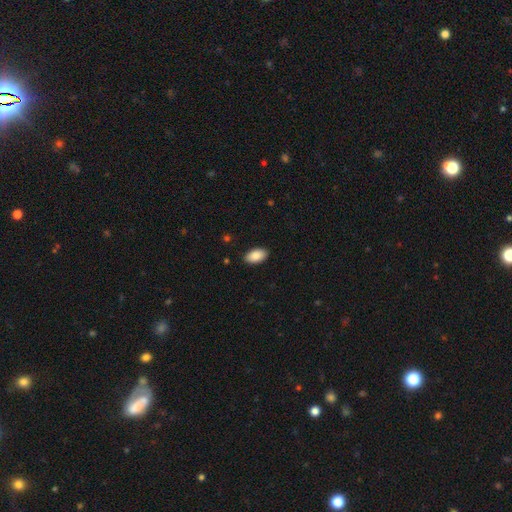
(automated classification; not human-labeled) A smooth galaxy with no disk features (88%) that is in between round and cigar-shaped (95%).

Vote fractions:
- Smooth or featured? smooth: 88% / star or artifact: 7% / featured or disk: 6%
- How rounded? in between: 95% / round: 3% / cigar-shaped: 2%
- Merging? none: 88% / minor disturbance: 9% / major disturbance: 2% / merger: 1%